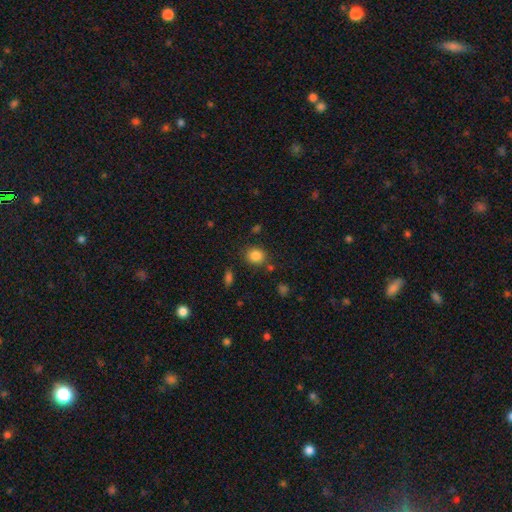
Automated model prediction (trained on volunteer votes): The model was most divided on "how rounded": round: 74%, in between: 25%, cigar-shaped: 1%. More confident: smooth or featured — smooth (85%); merging — none (81%).